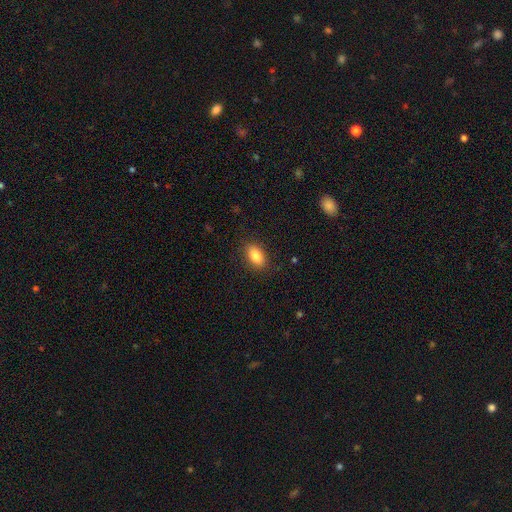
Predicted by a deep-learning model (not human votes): Q: Smooth or featured?
A: smooth (84%); runner-up: featured or disk (8%)
Q: How rounded?
A: in between (89%); runner-up: round (7%)
Q: Merging?
A: none (88%); runner-up: minor disturbance (9%)